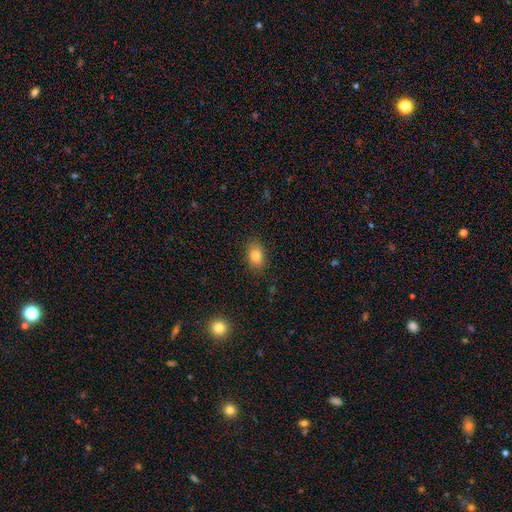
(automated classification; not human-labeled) smooth-or-featured: smooth: 83% | star or artifact: 9% | featured or disk: 8%
  how-rounded: in between: 82% | round: 16% | cigar-shaped: 2%
  merging: none: 85% | minor disturbance: 11% | major disturbance: 3% | merger: 1%